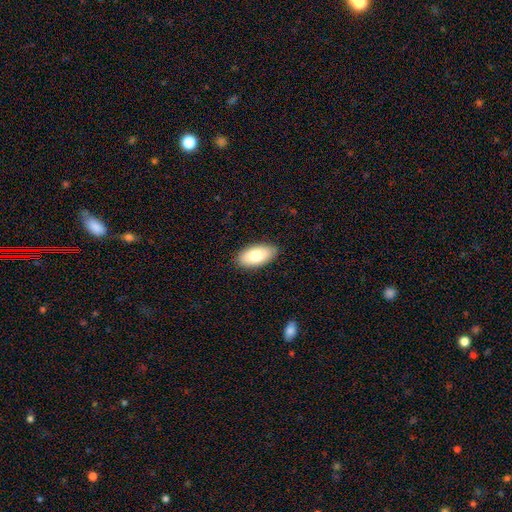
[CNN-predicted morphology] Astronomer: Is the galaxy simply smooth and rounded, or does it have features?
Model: smooth — 78%.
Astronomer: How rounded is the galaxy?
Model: in between — 94%.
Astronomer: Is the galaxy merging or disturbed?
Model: none — 88%.